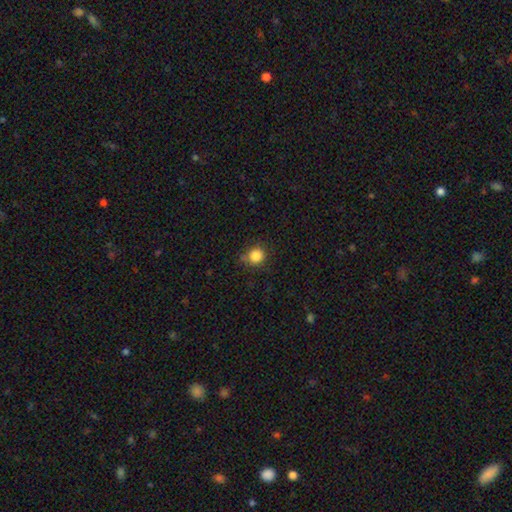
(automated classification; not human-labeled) A smooth galaxy with no disk features (84%) that is round (89%). Merging: none (76%).